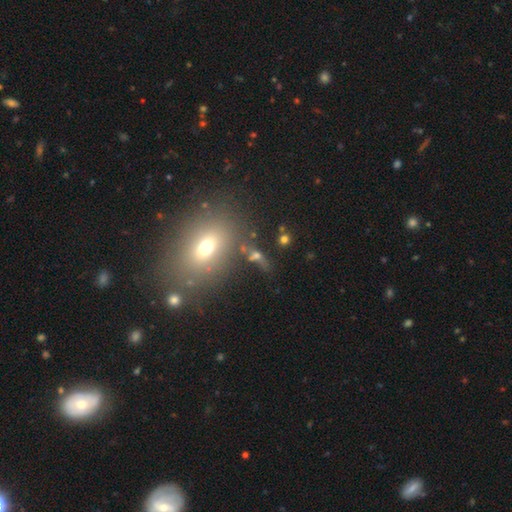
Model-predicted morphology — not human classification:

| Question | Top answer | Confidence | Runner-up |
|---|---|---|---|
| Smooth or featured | smooth | 54% | featured or disk (24%) |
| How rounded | in between | 52% | round (32%) |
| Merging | none | 51% | merger (21%) |